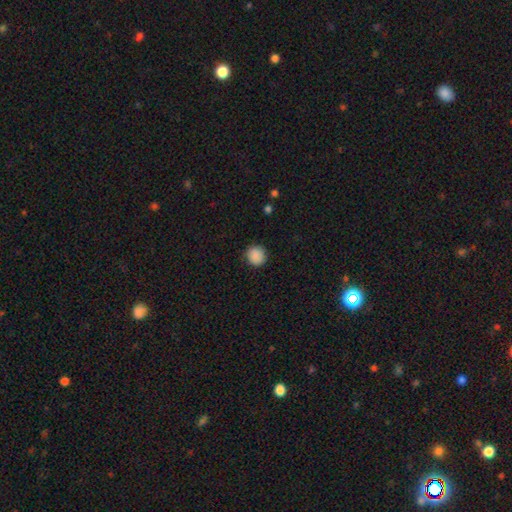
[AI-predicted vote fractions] Smooth or featured: smooth — 89% (star or artifact — 9%)
How rounded: round — 90% (in between — 9%)
Merging: none — 89% (minor disturbance — 8%)